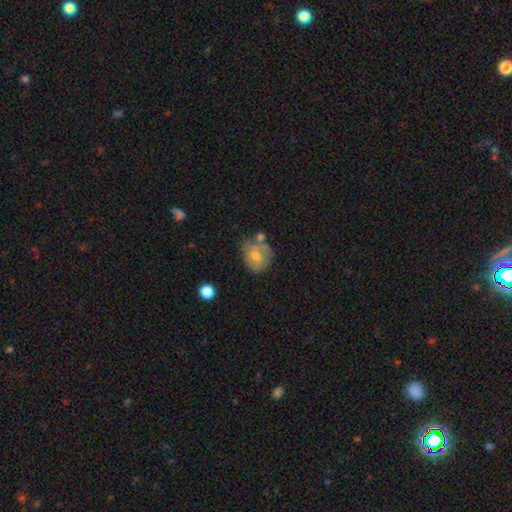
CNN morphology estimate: This is possibly a smooth galaxy (48%). Merging: possibly none (55%).